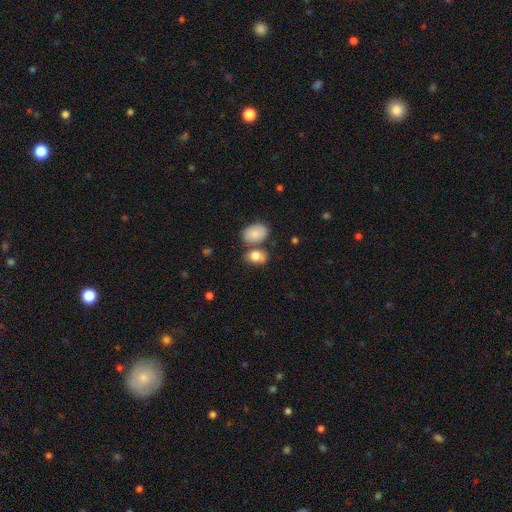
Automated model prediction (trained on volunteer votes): Q: Smooth or featured?
A: smooth (82%); runner-up: featured or disk (10%)
Q: How rounded?
A: in between (79%); runner-up: round (19%)
Q: Merging?
A: none (54%); runner-up: merger (26%)